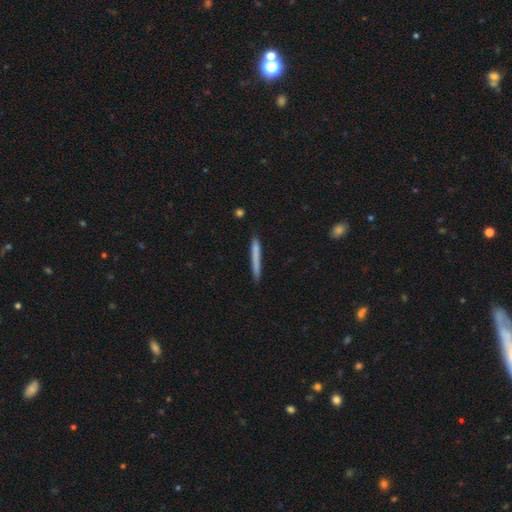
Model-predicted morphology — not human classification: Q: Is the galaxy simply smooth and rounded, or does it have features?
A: smooth — 70%.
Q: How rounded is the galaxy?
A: cigar-shaped — 97%.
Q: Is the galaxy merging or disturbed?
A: none — 87%.